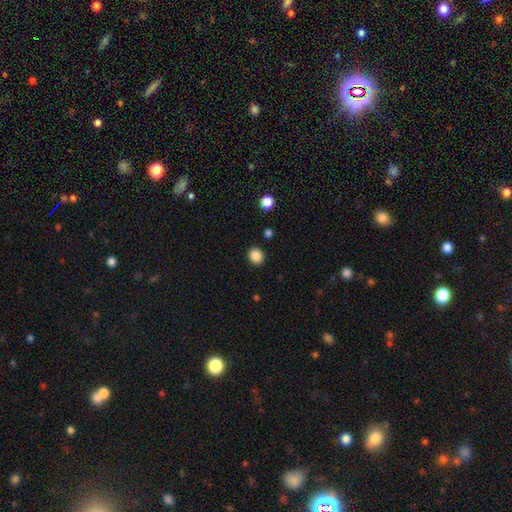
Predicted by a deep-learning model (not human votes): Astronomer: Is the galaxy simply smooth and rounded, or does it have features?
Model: smooth — 87%.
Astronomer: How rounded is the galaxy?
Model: round — 68%.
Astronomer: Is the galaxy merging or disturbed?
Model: none — 90%.